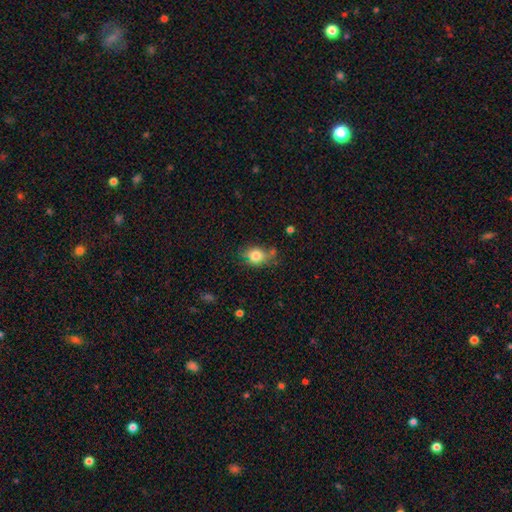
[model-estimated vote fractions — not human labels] Q: Smooth or featured?
A: smooth (79%); runner-up: star or artifact (11%)
Q: How rounded?
A: in between (52%); runner-up: round (46%)
Q: Merging?
A: none (61%); runner-up: minor disturbance (25%)